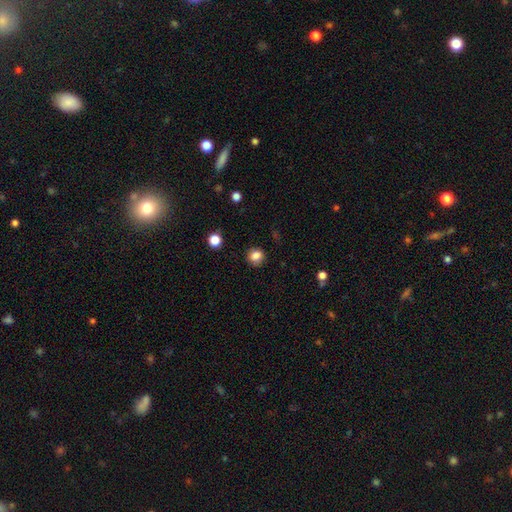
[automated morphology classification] Smooth or featured? Predicted: smooth (p=0.84). How rounded? Predicted: round (p=0.84). Merging? Predicted: none (p=0.88).